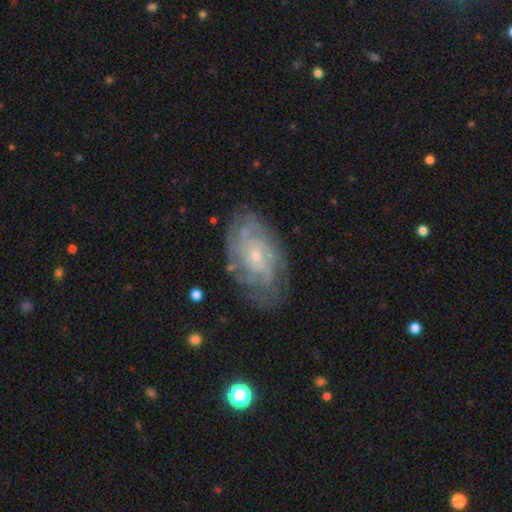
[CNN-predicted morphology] Smooth or featured? featured or disk (82%)
Edge-on disk? no (95%)
Bar? no (75%)
Spiral arms? yes (93%)
Spiral winding? tight (68%)
Spiral arm count? can't tell (45%)
Bulge size? small (74%)
Merging? none (75%)